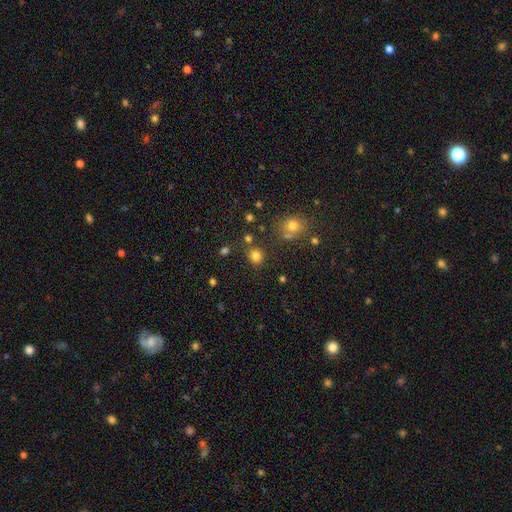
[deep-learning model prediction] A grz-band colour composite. It shows a smooth galaxy with no disk features (80%) that is round (83%). Merging: none (81%).